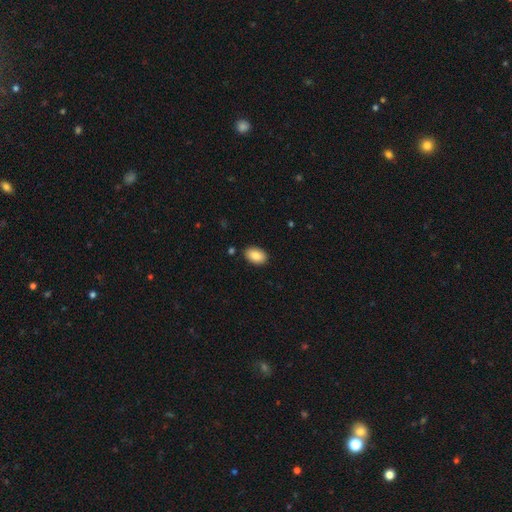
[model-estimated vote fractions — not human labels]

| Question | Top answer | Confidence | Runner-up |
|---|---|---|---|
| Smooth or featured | smooth | 87% | star or artifact (7%) |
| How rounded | in between | 91% | round (8%) |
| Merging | none | 88% | minor disturbance (9%) |